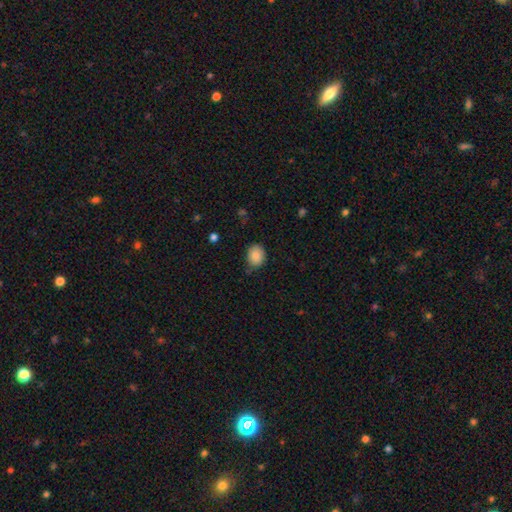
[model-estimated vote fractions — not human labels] Smooth or featured? Predicted: smooth (p=0.88). How rounded? Predicted: in between (p=0.55). Merging? Predicted: none (p=0.77).